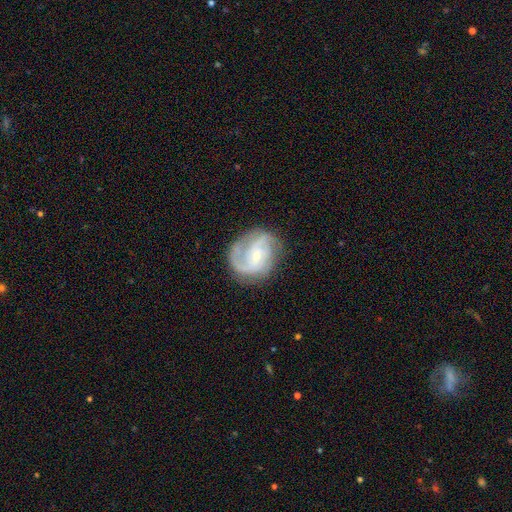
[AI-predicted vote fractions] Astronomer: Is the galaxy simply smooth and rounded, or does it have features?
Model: featured or disk — 84%.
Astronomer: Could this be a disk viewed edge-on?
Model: no — 98%.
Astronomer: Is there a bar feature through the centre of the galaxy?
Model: no — 46% (runner-up: weak, 43%).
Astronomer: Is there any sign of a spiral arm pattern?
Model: yes — 95%.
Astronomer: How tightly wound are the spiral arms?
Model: medium — 49% (runner-up: tight, 30%).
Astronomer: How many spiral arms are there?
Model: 2 — 45% (runner-up: 3, 25%).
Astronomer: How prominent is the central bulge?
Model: small — 71%.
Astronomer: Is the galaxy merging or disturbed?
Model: none — 70%.